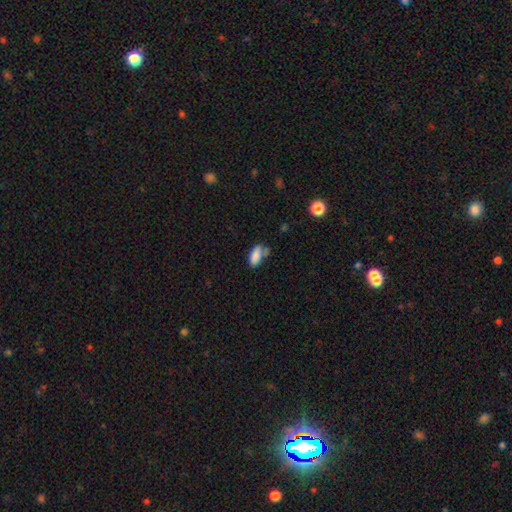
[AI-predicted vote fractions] smooth_or_featured: smooth (p=0.84) [alt: star or artifact p=0.09]
how_rounded: in between (p=0.84) [alt: cigar-shaped p=0.14]
merging: none (p=0.49) [alt: minor disturbance p=0.26]